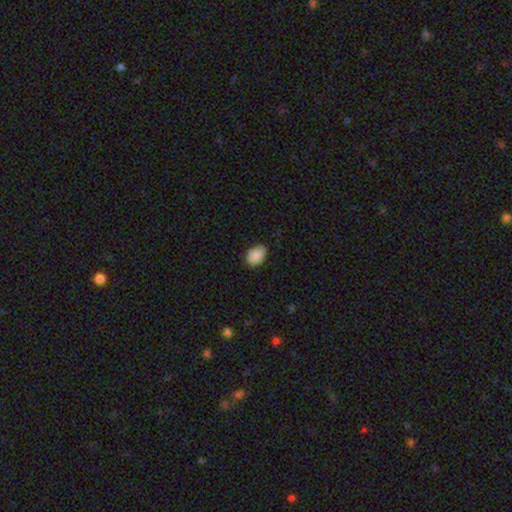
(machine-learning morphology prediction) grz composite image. It shows a smooth galaxy with no disk features (89%) that is in between round and cigar-shaped (82%). Merging: none (78%).